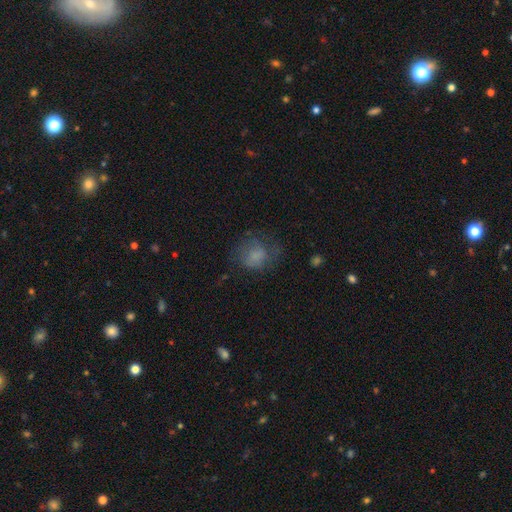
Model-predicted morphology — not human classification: smooth 64%, featured or disk 22%, star or artifact 13%. Down the decision tree: how rounded — round (63%); merging — none (51%).